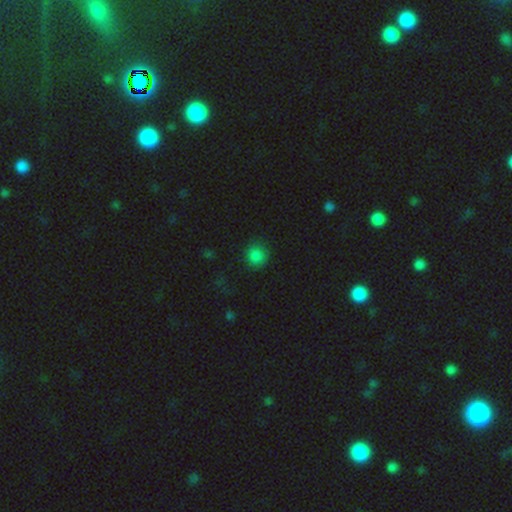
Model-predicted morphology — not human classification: This appears to be a smooth galaxy with no disk features (83%) that is round (90%). Merging: none (86%).